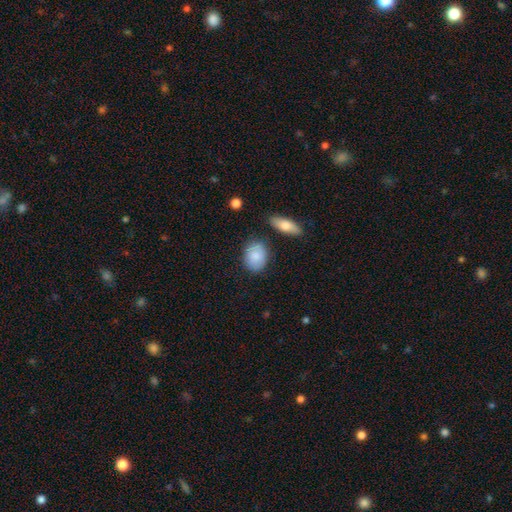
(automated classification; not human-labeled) A smooth galaxy with no disk features (86%) that is in between round and cigar-shaped (67%). Merging: none (79%).